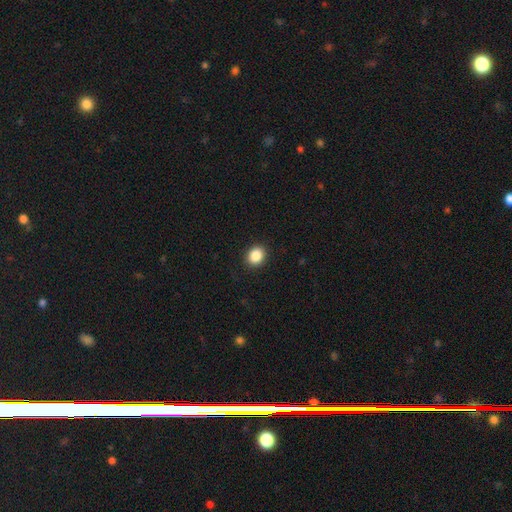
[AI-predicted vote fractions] smooth_or_featured: smooth (p=0.87) [alt: star or artifact p=0.09]
how_rounded: round (p=0.64) [alt: in between p=0.35]
merging: none (p=0.91) [alt: minor disturbance p=0.06]